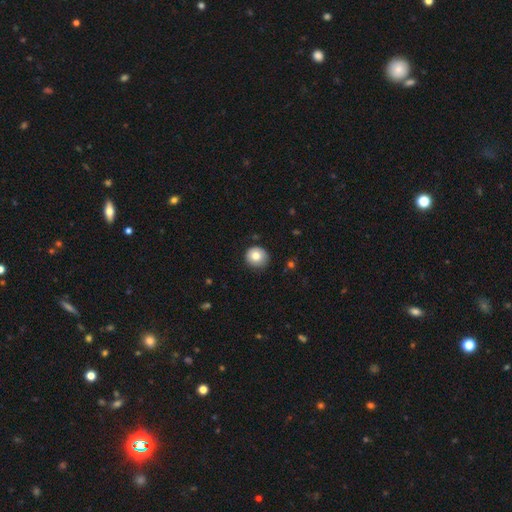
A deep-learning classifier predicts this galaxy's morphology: Smooth or featured? Predicted: smooth (p=0.80). How rounded? Predicted: round (p=0.90). Merging? Predicted: none (p=0.84).